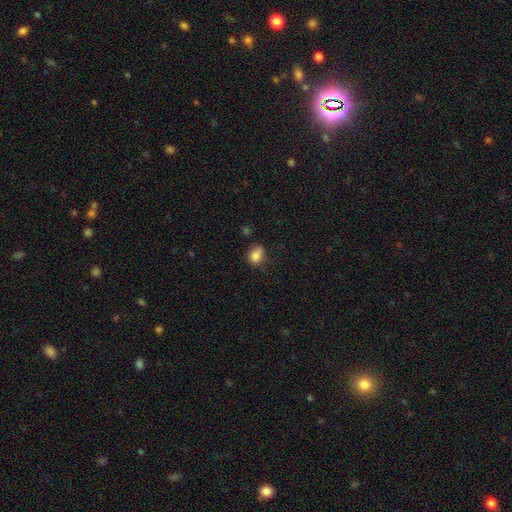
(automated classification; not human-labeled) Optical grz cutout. It shows a smooth galaxy with no disk features (83%) that is round (50%). Merging: none (57%).